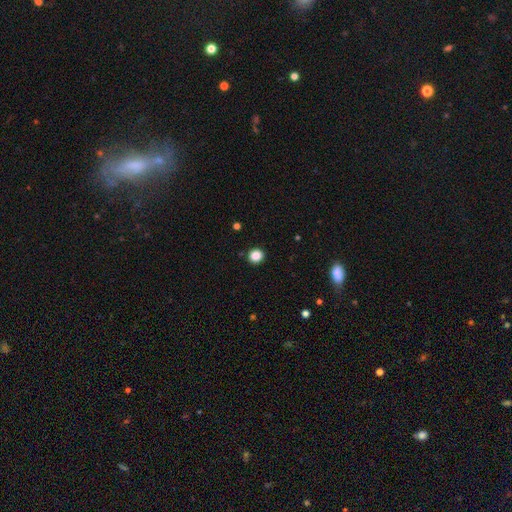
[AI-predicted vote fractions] A smooth galaxy with no disk features (86%) that is round (92%). Merging: none (92%).